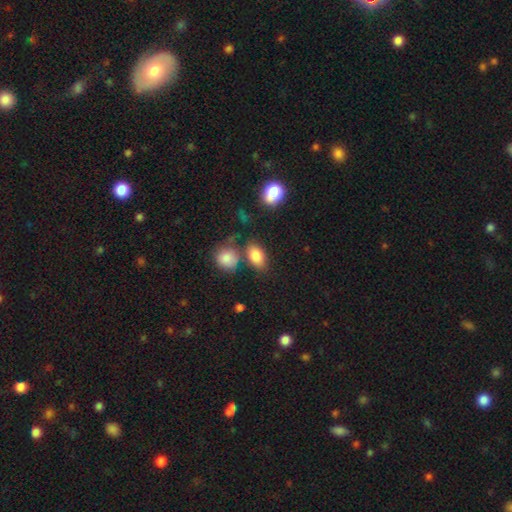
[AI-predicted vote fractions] Q: Smooth or featured?
A: smooth (83%); runner-up: star or artifact (9%)
Q: How rounded?
A: in between (86%); runner-up: round (11%)
Q: Merging?
A: none (68%); runner-up: merger (14%)